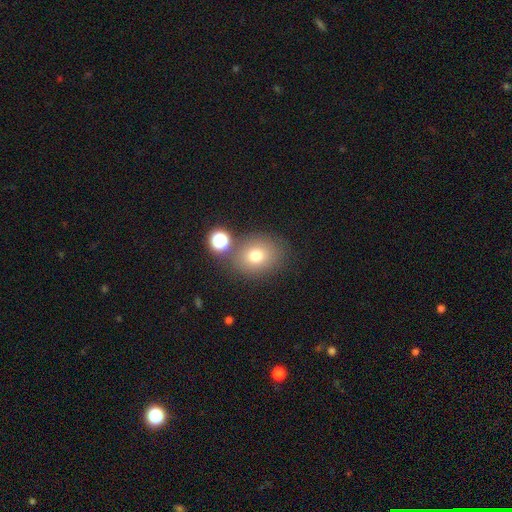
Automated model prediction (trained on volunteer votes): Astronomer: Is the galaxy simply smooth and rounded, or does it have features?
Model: smooth — 75%.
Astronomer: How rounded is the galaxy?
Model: round — 61% (runner-up: in between, 38%).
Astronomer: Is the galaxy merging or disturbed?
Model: none — 72%.